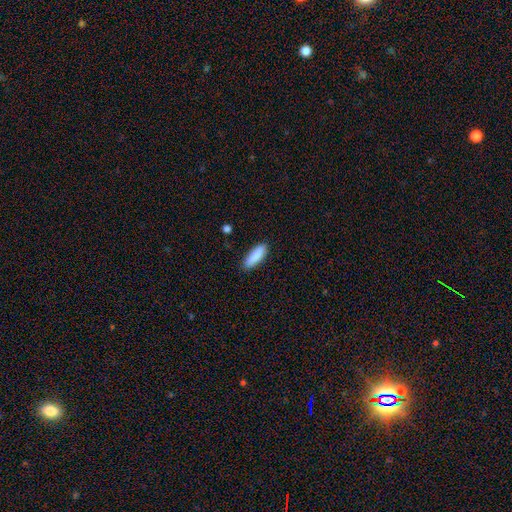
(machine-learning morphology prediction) smooth 89%, featured or disk 6%, star or artifact 6%. Down the decision tree: how rounded — in between (57%); merging — none (88%).